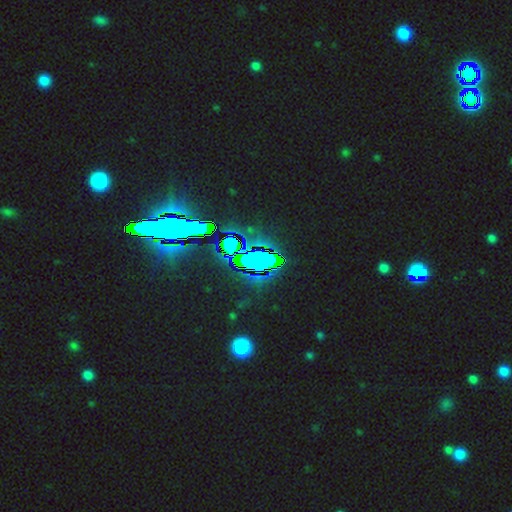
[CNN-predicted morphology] Overall: star or artifact (79%).